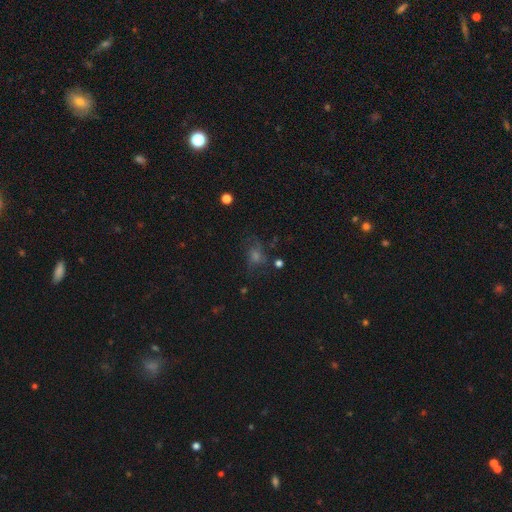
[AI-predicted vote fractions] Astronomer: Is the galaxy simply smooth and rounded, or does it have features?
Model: smooth — 39%, tied with star or artifact at 39%.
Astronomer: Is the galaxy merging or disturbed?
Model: none — 61%.